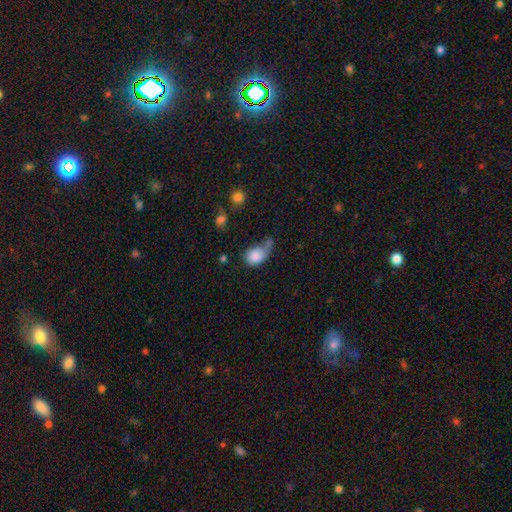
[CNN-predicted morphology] Smooth or featured?
  - smooth: 81% *
  - featured or disk: 11%
  - star or artifact: 8%
How rounded?
  - in between: 65% *
  - round: 34%
  - cigar-shaped: 2%
Merging?
  - minor disturbance: 29% *
  - none: 28%
  - major disturbance: 24%
  - merger: 19%